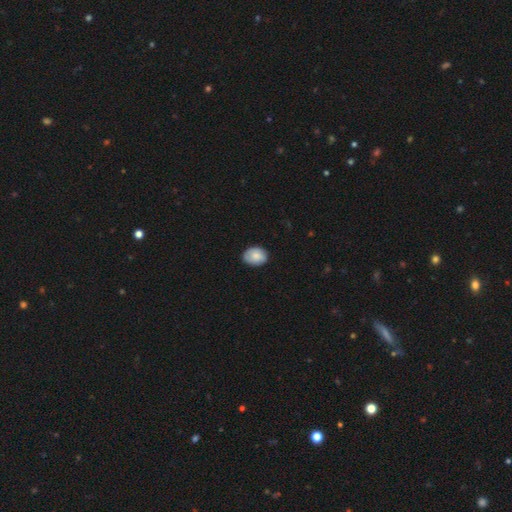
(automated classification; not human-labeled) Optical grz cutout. It shows a smooth galaxy with no disk features (80%) that is in between round and cigar-shaped (67%). Merging: none (79%).